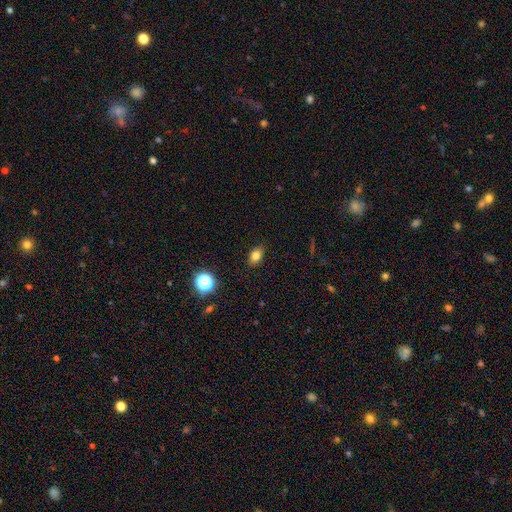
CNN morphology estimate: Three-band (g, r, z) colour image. It shows a smooth galaxy with no disk features (79%) that is in between round and cigar-shaped (80%). Merging: none (87%).